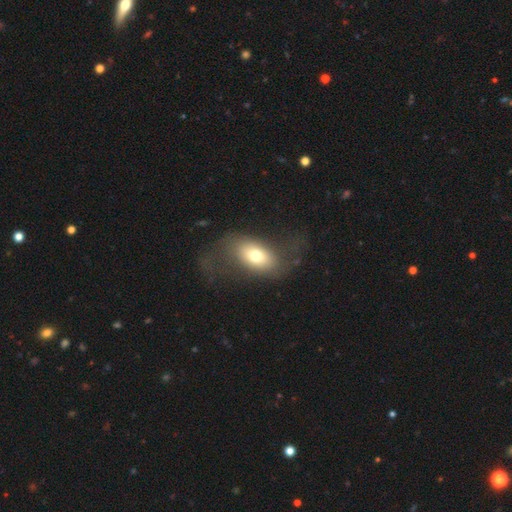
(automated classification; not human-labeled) smooth-or-featured: smooth: 66% | featured or disk: 24% | star or artifact: 10%
  how-rounded: in between: 84% | round: 13% | cigar-shaped: 3%
  merging: none: 51% | major disturbance: 29% | minor disturbance: 18% | merger: 2%